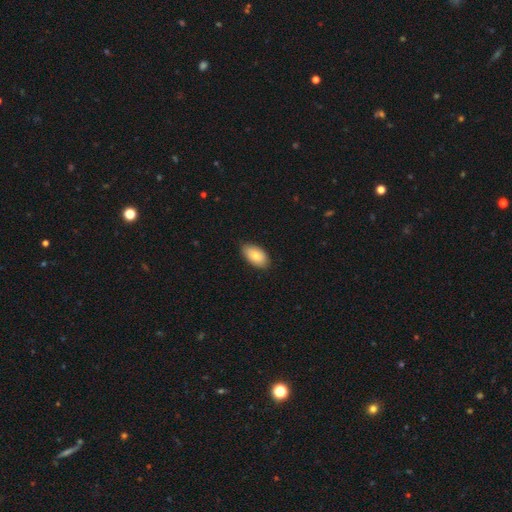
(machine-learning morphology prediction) This is clearly a smooth galaxy (81%). How rounded: clearly in between (94%). Merging: clearly none (83%).